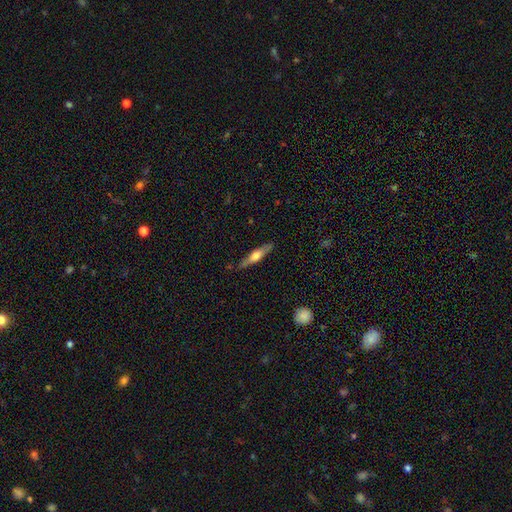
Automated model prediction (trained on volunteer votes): A featured or disk galaxy (55%) viewed edge-on (94%) with a rounded central bulge (89%).

Vote fractions:
- Smooth or featured? featured or disk: 55% / smooth: 39% / star or artifact: 6%
- Edge-on disk? yes: 94% / no: 6%
- Edge-on bulge? rounded: 89% / boxy: 6% / none: 5%
- Merging? none: 86% / minor disturbance: 10% / major disturbance: 2% / merger: 2%